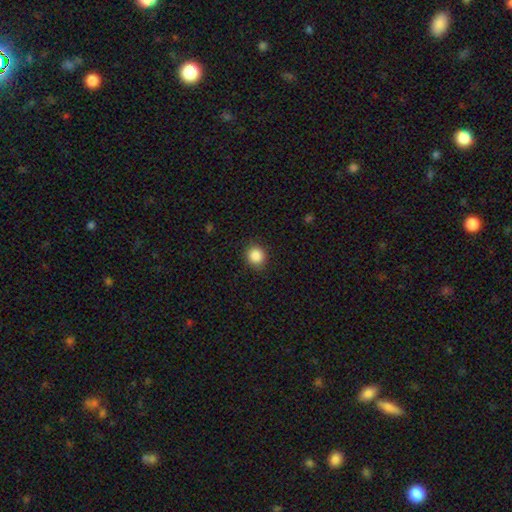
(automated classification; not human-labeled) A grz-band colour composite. It shows a smooth galaxy with no disk features (87%) that is round (86%). Merging: none (89%).